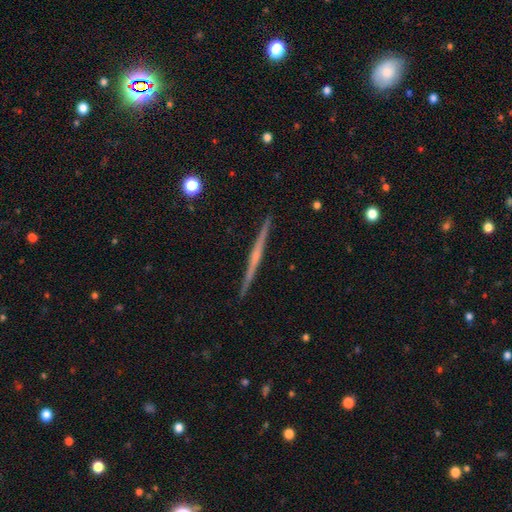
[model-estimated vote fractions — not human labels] The model was most divided on "edge-on bulge": none: 52%, rounded: 40%, boxy: 8%. More confident: edge-on disk — yes (98%); merging — none (92%); smooth or featured — featured or disk (73%).